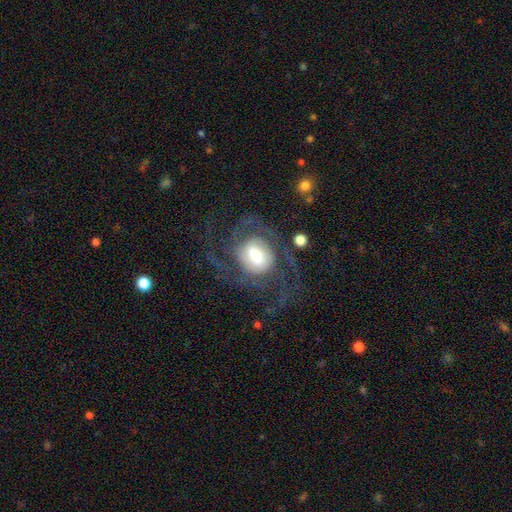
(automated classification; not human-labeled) Q: Smooth or featured?
A: featured or disk (77%); runner-up: smooth (16%)
Q: Edge-on disk?
A: no (97%); runner-up: yes (3%)
Q: Bar?
A: weak (43%); runner-up: no (38%)
Q: Spiral arms?
A: yes (91%); runner-up: no (9%)
Q: Spiral winding?
A: medium (44%); runner-up: tight (31%)
Q: Spiral arm count?
A: 2 (39%); runner-up: 3 (21%)
Q: Bulge size?
A: moderate (37%); runner-up: large (34%)
Q: Merging?
A: none (58%); runner-up: major disturbance (25%)